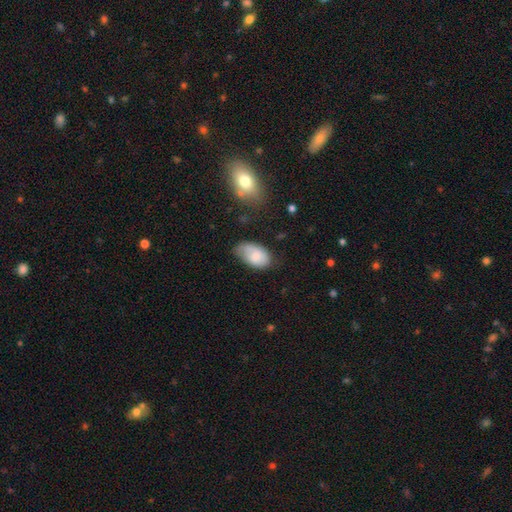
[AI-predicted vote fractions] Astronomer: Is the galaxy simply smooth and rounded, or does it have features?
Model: smooth — 76%.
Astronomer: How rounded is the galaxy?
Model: in between — 93%.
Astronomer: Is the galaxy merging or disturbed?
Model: none — 51% (runner-up: minor disturbance, 35%).